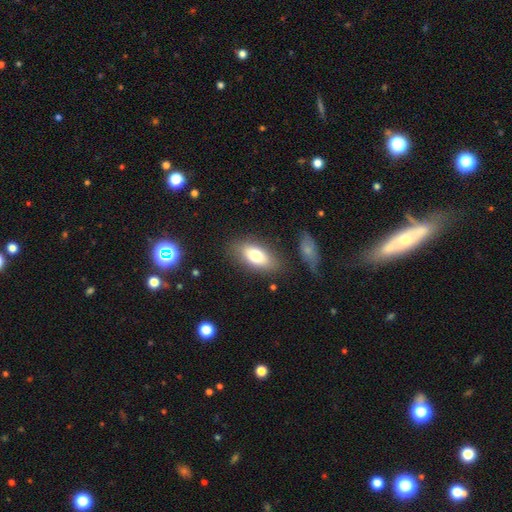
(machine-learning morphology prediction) This is likely a smooth galaxy (74%). How rounded: clearly in between (87%). Merging: clearly none (80%).